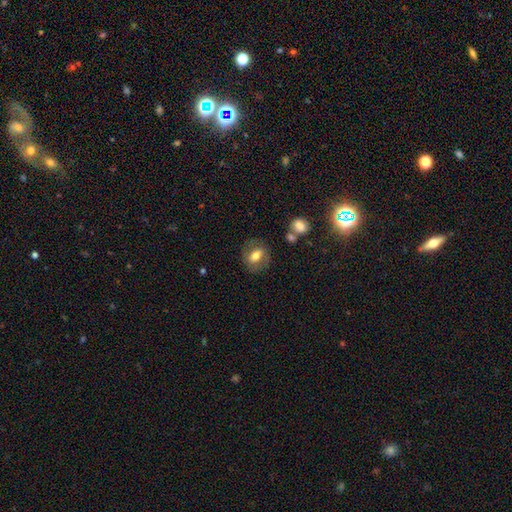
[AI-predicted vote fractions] A smooth galaxy with no disk features (59%) that is in between round and cigar-shaped (58%).

Vote fractions:
- Smooth or featured? smooth: 59% / featured or disk: 33% / star or artifact: 8%
- How rounded? in between: 58% / round: 40% / cigar-shaped: 2%
- Merging? none: 76% / minor disturbance: 14% / major disturbance: 7% / merger: 4%